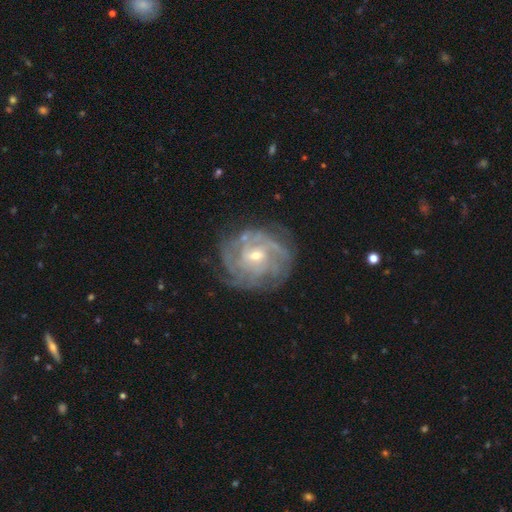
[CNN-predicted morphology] This is clearly a featured or disk galaxy (84%). It is clearly not viewed edge-on (97%). Bar: possibly no (59%). Spiral arm pattern: clearly yes (92%). Spiral arm count: marginally can't tell (38%). Spiral winding: likely tight (65%). Central bulge: likely small (63%). Merging: likely none (73%).